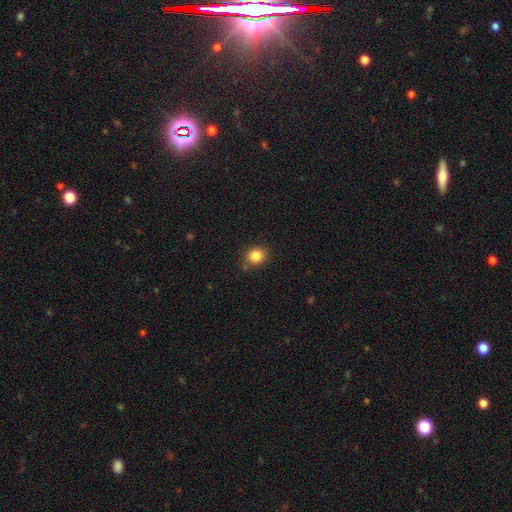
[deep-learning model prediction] Overall: smooth (85%). How rounded: round (76%). Merging: none (82%).